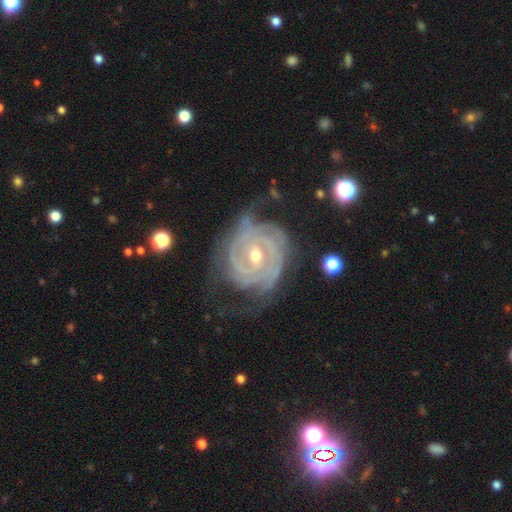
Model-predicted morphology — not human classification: smooth_or_featured: featured or disk (p=0.91) [alt: star or artifact p=0.05]
disk_edge_on: no (p=0.97) [alt: yes p=0.03]
bar: no (p=0.44) [alt: weak p=0.39]
has_spiral_arms: yes (p=0.97) [alt: no p=0.03]
spiral_winding: tight (p=0.75) [alt: medium p=0.20]
spiral_arm_count: 2 (p=0.27) [alt: can't tell p=0.24]
bulge_size: moderate (p=0.52) [alt: small p=0.45]
merging: none (p=0.59) [alt: minor disturbance p=0.23]